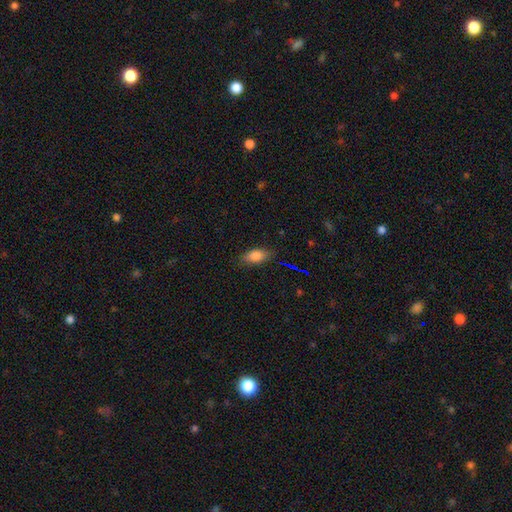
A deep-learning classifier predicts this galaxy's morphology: The model was most divided on "merging": none: 82%, minor disturbance: 14%, major disturbance: 3%, merger: 1%. More confident: how rounded — in between (85%); smooth or featured — smooth (82%).